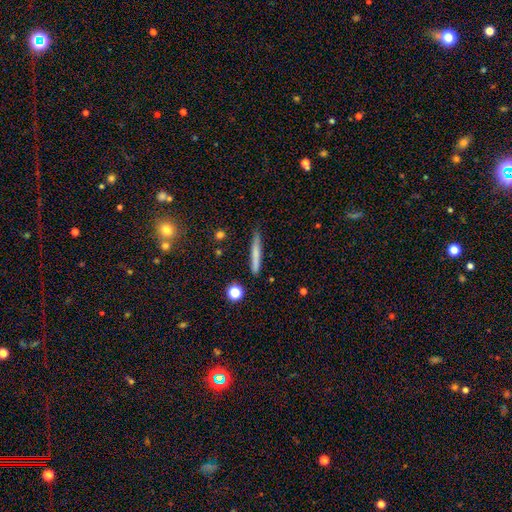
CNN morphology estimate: Smooth or featured: smooth — 68% (featured or disk — 24%)
How rounded: cigar-shaped — 94% (in between — 4%)
Merging: none — 81% (minor disturbance — 14%)